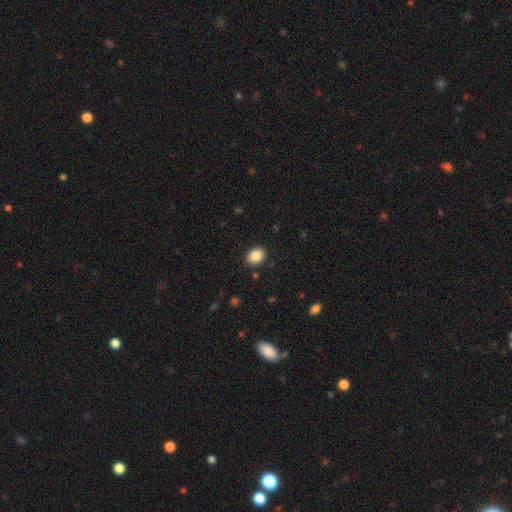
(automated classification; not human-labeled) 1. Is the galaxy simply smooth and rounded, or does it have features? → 87% smooth, 8% star or artifact, 4% featured or disk.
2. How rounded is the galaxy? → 58% in between, 41% round, 1% cigar-shaped.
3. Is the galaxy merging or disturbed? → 89% none, 8% minor disturbance, 2% major disturbance, 1% merger.